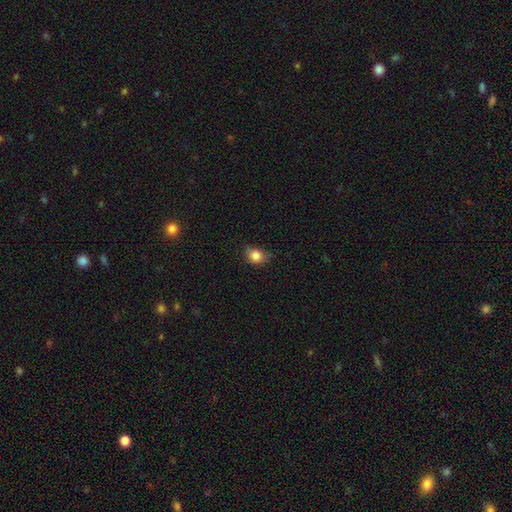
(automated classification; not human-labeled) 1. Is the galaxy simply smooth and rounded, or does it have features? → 84% smooth, 10% star or artifact, 6% featured or disk.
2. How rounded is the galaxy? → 56% round, 43% in between, 1% cigar-shaped.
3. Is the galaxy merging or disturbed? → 61% none, 32% minor disturbance, 6% major disturbance, 1% merger.